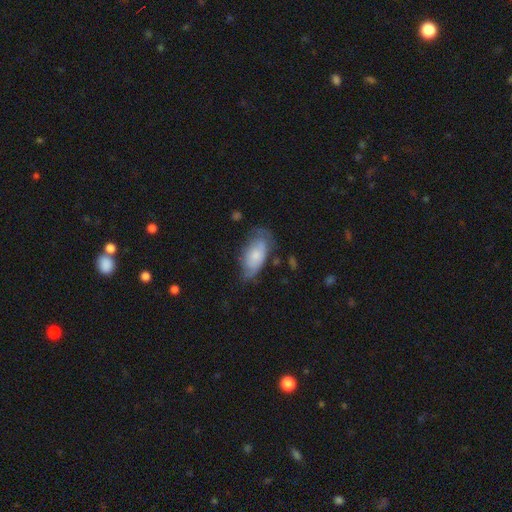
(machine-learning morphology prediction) The model was most divided on "merging": none: 52%, minor disturbance: 34%, major disturbance: 12%, merger: 2%. More confident: how rounded — in between (92%); smooth or featured — smooth (64%).